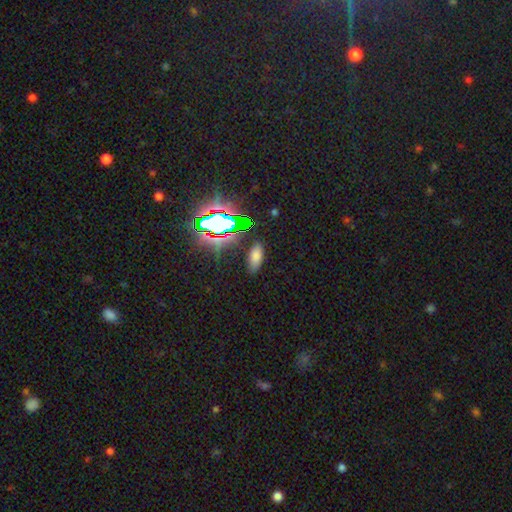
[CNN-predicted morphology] smooth-or-featured: smooth: 69% | star or artifact: 22% | featured or disk: 9%
  how-rounded: in between: 87% | cigar-shaped: 10% | round: 4%
  merging: none: 83% | minor disturbance: 12% | major disturbance: 3% | merger: 2%